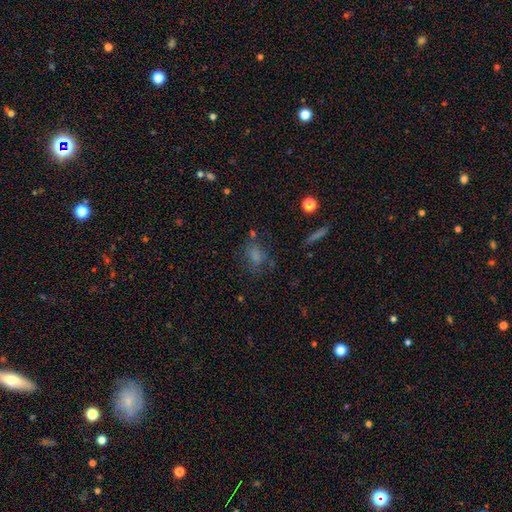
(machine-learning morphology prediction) smooth-or-featured: smooth: 69% | star or artifact: 17% | featured or disk: 15%
  how-rounded: in between: 71% | round: 24% | cigar-shaped: 5%
  merging: none: 61% | minor disturbance: 20% | major disturbance: 13% | merger: 6%